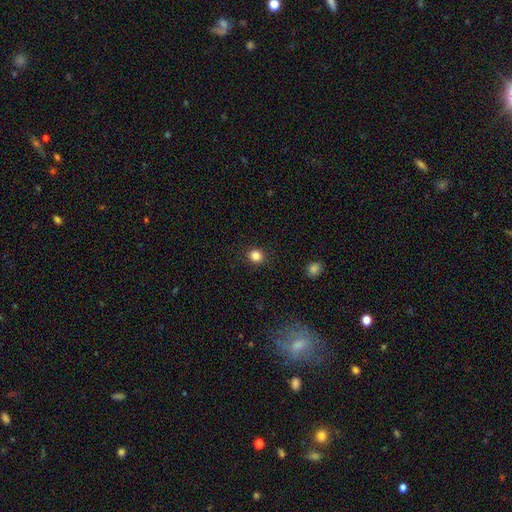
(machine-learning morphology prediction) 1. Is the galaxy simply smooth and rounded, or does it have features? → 84% smooth, 12% star or artifact, 4% featured or disk.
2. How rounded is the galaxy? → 87% round, 12% in between, 1% cigar-shaped.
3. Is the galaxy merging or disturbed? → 90% none, 7% minor disturbance, 2% major disturbance, 1% merger.